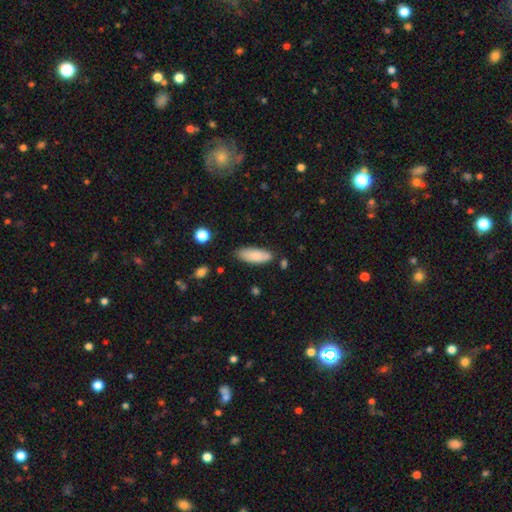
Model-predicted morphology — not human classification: A smooth galaxy with no disk features (84%) that is in between round and cigar-shaped (70%). Merging: none (77%).